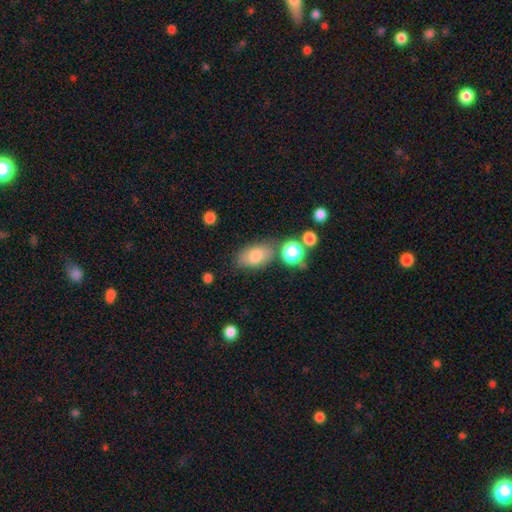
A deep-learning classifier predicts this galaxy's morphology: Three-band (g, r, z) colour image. It shows a smooth galaxy with no disk features (77%) that is in between round and cigar-shaped (86%). Merging: none (73%).